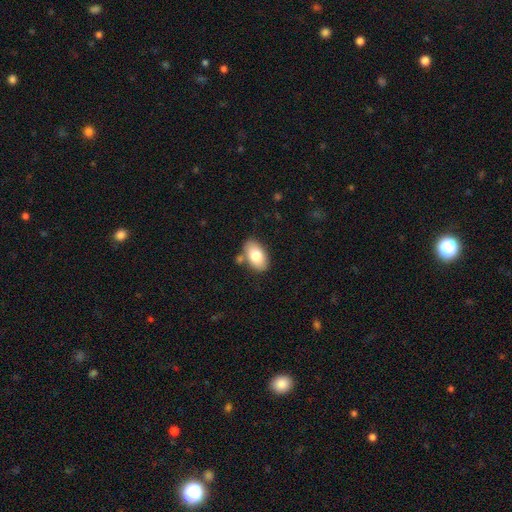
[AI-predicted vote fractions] A smooth galaxy with no disk features (78%) that is in between round and cigar-shaped (93%). Merging: none (76%).